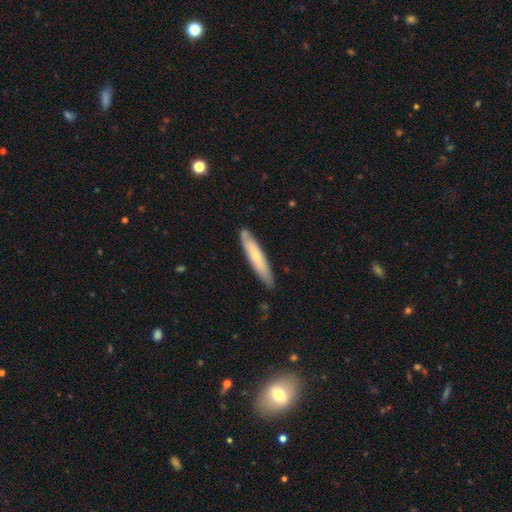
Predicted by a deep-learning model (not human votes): Smooth or featured? Predicted: smooth (p=0.61). How rounded? Predicted: cigar-shaped (p=0.90). Merging? Predicted: none (p=0.80).